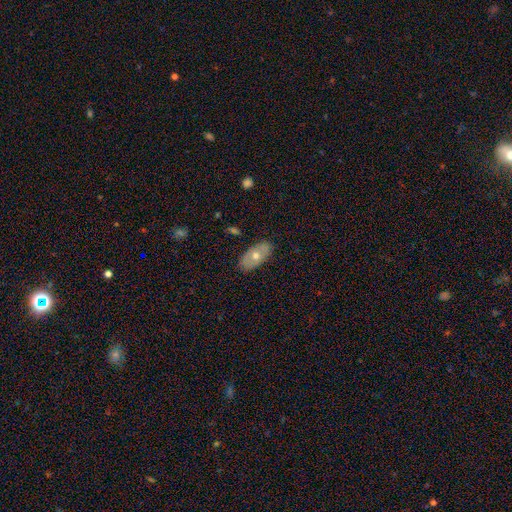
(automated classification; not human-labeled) The model was most divided on "smooth or featured": smooth: 50%, featured or disk: 43%, star or artifact: 7%. More confident: how rounded — in between (91%); merging — none (85%).